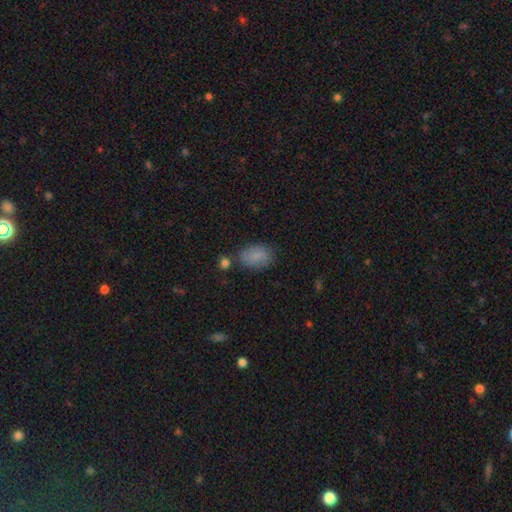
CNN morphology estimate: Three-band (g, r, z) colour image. It shows a smooth galaxy with no disk features (81%) that is in between round and cigar-shaped (80%). Merging: none (74%).